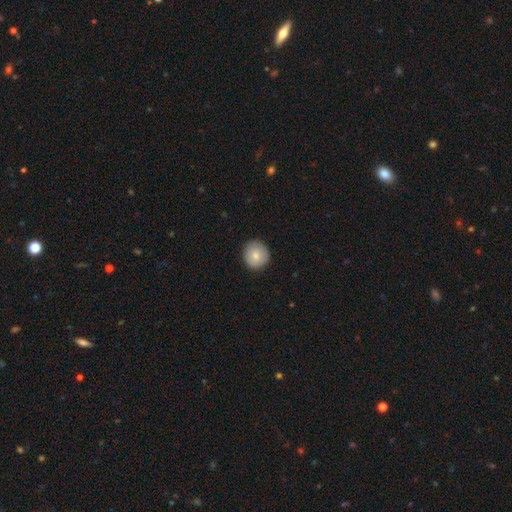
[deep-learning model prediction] smooth 79%, featured or disk 14%, star or artifact 7%. Down the decision tree: how rounded — round (93%); merging — none (89%).